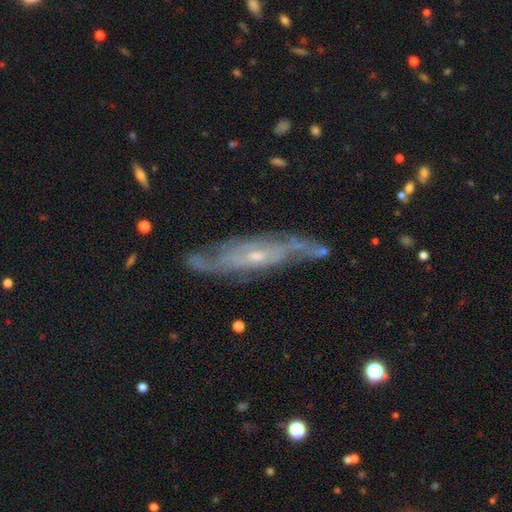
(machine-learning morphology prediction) This is clearly a featured or disk galaxy (82%). It is likely not viewed edge-on (65%). Bar: possibly no (55%). Spiral arm pattern: clearly yes (89%). Central bulge: likely small (64%). Merging: likely none (70%).